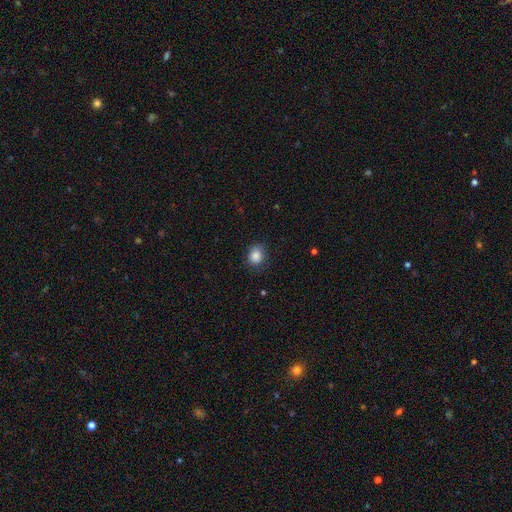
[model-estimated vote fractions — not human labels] This is clearly a smooth galaxy (86%). How rounded: likely round (68%). Merging: likely none (80%).